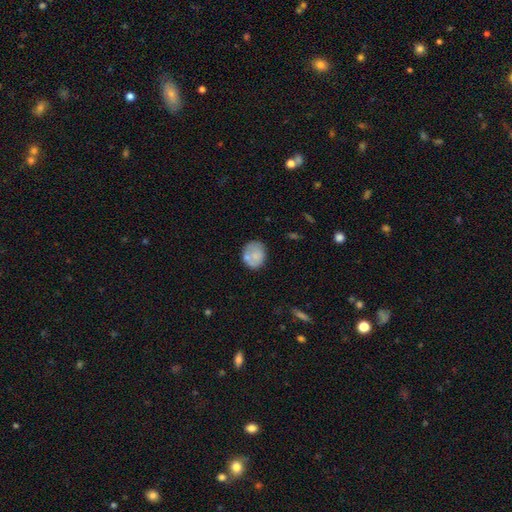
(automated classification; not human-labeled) This is likely a smooth galaxy (69%). How rounded: likely round (66%). Merging: possibly none (60%).